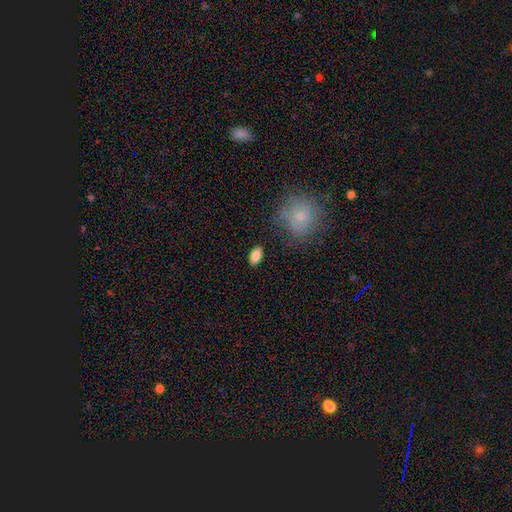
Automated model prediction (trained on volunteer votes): A smooth galaxy with no disk features (85%) that is in between round and cigar-shaped (90%).

Vote fractions:
- Smooth or featured? smooth: 85% / star or artifact: 8% / featured or disk: 7%
- How rounded? in between: 90% / round: 6% / cigar-shaped: 4%
- Merging? none: 85% / minor disturbance: 10% / major disturbance: 3% / merger: 2%